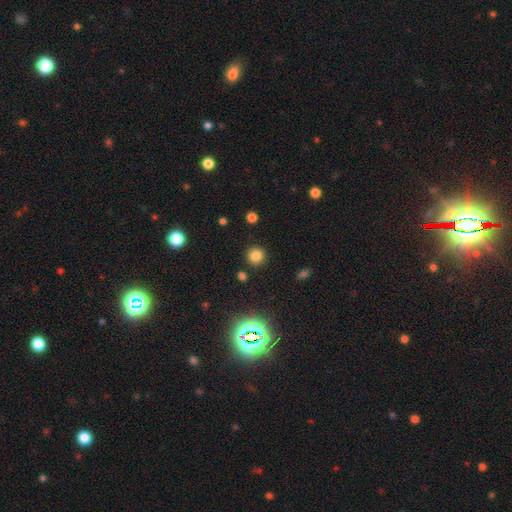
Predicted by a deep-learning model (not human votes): This appears to be a smooth galaxy with no disk features (79%) that is round (92%). Merging: none (89%).